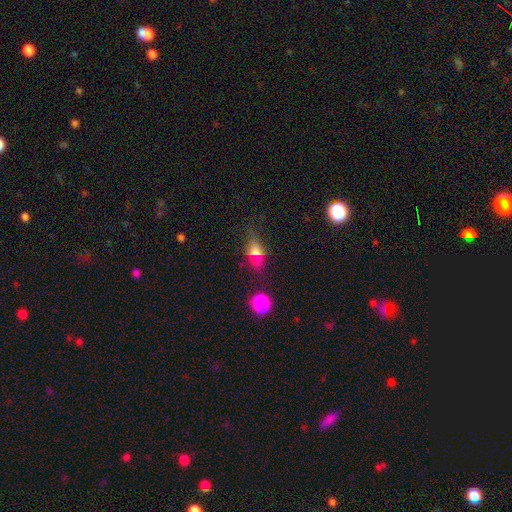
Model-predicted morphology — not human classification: Overall: smooth (57%; featured or disk 23%). How rounded: in between (67%). Merging: none (72%).